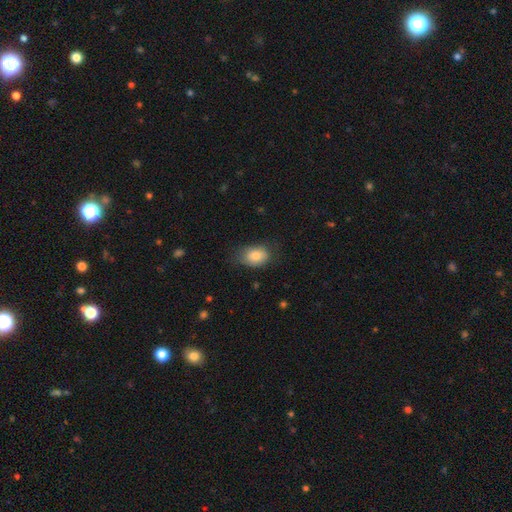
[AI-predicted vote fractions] Overall: smooth (81%). How rounded: in between (79%). Merging: none (70%).